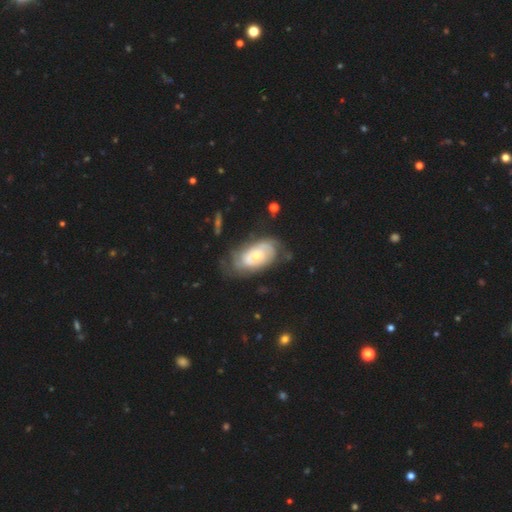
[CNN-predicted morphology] This appears to be a featured or disk galaxy (72%) with no bar (80%), tight (67%) spiral arms (79%) and a small central bulge (47%). Merging: none (56%).